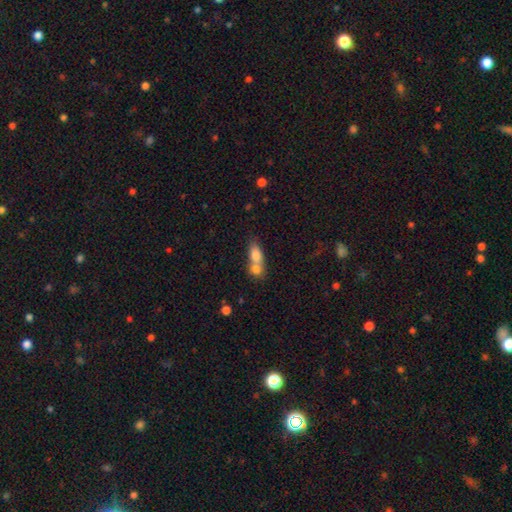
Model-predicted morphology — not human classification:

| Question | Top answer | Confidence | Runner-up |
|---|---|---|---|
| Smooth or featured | smooth | 76% | featured or disk (15%) |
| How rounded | in between | 70% | round (20%) |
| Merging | merger | 67% | none (23%) |